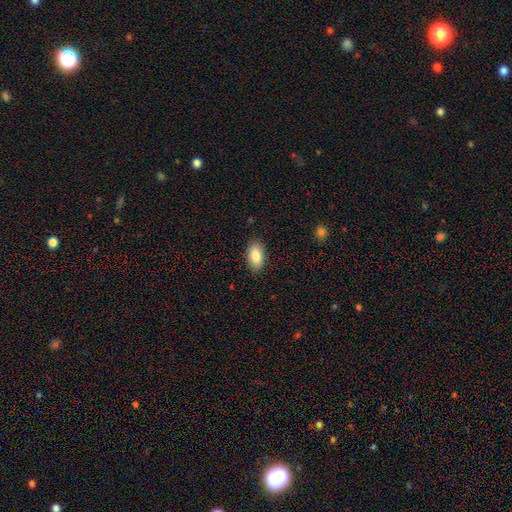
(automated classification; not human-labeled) Overall: smooth (85%). How rounded: in between (93%). Merging: none (88%).